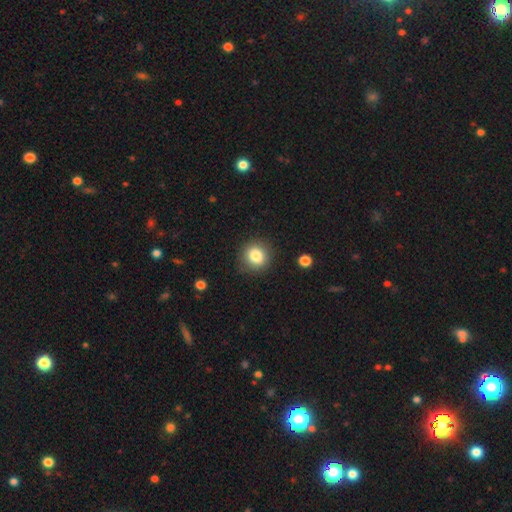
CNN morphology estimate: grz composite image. It shows a smooth galaxy with no disk features (82%) that is round (87%). Merging: none (87%).